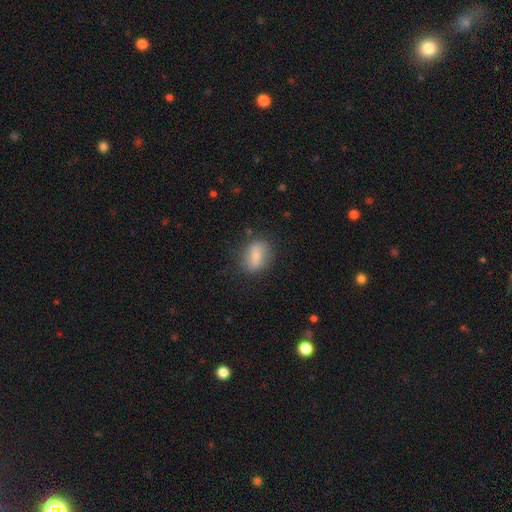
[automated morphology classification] Smooth or featured? smooth (69%)
How rounded? in between (68%)
Merging? none (74%)